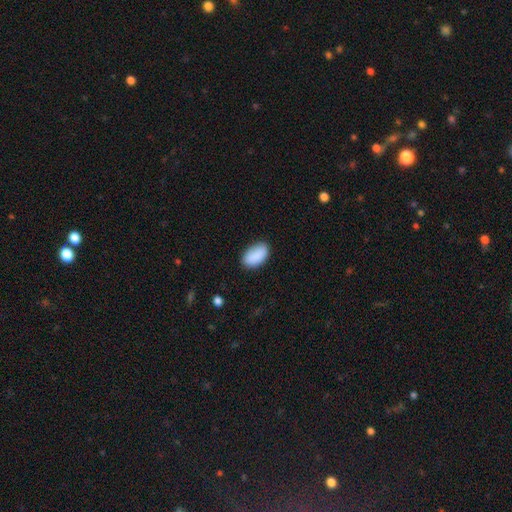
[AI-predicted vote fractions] Smooth or featured?
  - smooth: 89% *
  - star or artifact: 7%
  - featured or disk: 5%
How rounded?
  - in between: 94% *
  - round: 5%
  - cigar-shaped: 2%
Merging?
  - none: 79% *
  - minor disturbance: 17%
  - major disturbance: 3%
  - merger: 1%